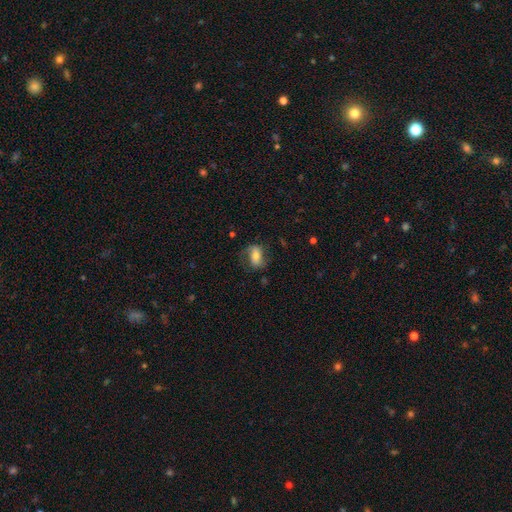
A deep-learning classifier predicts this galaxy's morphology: This appears to be a smooth galaxy with no disk features (53%) that is in between round and cigar-shaped (81%). Merging: none (64%).